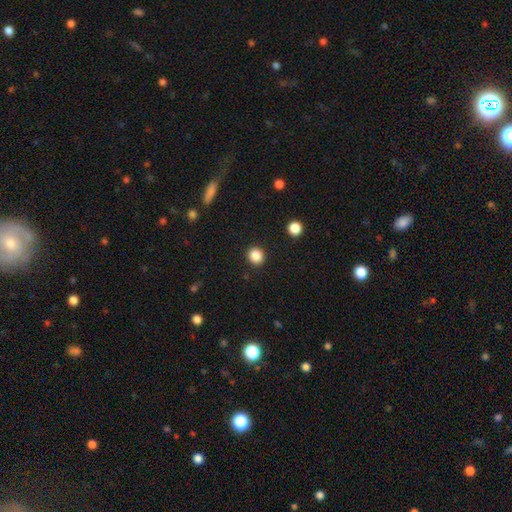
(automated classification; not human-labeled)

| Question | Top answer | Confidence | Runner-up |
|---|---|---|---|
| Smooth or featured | smooth | 87% | star or artifact (10%) |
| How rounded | round | 88% | in between (11%) |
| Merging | none | 92% | minor disturbance (5%) |